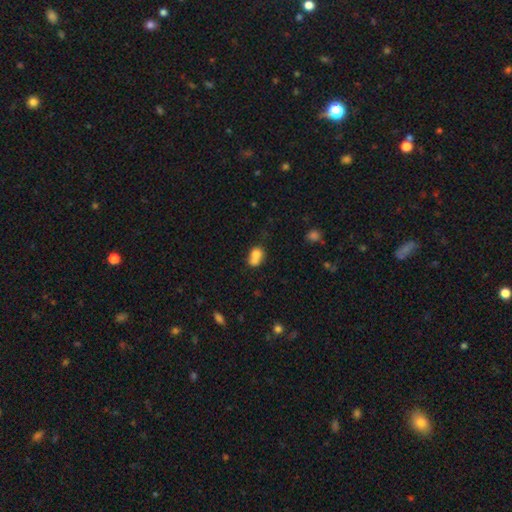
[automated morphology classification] Smooth or featured: smooth — 73% (featured or disk — 17%)
How rounded: in between — 50% (round — 49%)
Merging: merger — 58% (none — 25%)